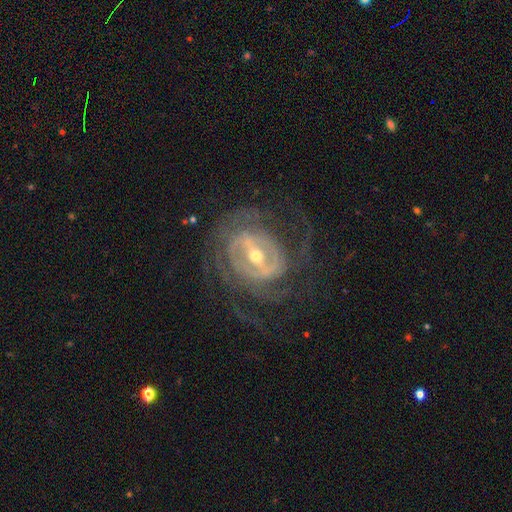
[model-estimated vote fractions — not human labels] This appears to be a featured or disk galaxy (89%) with a strong bar (58%), tight (58%) spiral arms (92%) and a moderate central bulge (52%). Merging: none (67%).